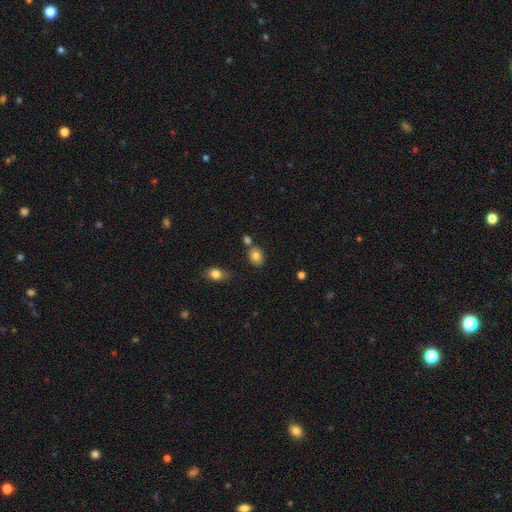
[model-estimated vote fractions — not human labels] Smooth or featured? smooth (81%)
How rounded? in between (50%)
Merging? none (73%)